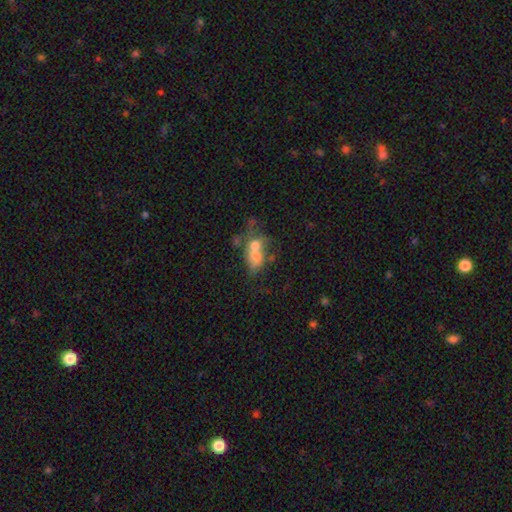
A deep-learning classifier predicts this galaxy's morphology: Smooth or featured? Predicted: smooth (p=0.60). How rounded? Predicted: in between (p=0.62). Merging? Predicted: merger (p=0.68).